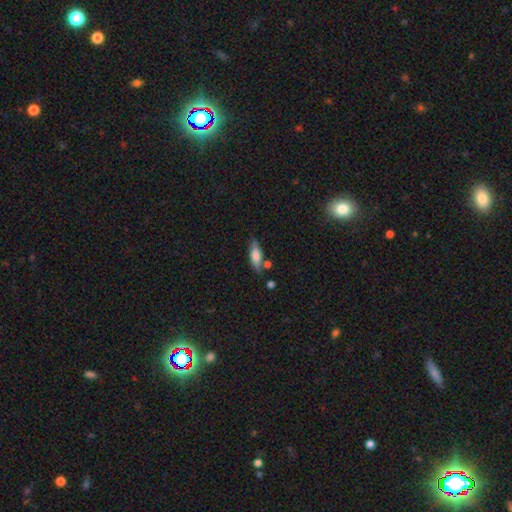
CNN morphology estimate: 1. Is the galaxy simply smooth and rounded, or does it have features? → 67% smooth, 26% featured or disk, 7% star or artifact.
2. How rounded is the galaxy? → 55% in between, 42% cigar-shaped, 3% round.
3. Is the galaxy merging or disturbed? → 72% none, 16% minor disturbance, 8% merger, 4% major disturbance.